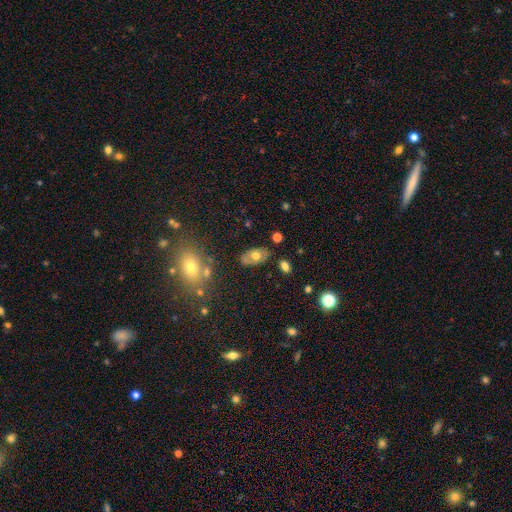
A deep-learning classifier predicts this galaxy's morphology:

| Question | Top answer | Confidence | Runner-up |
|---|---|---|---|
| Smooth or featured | smooth | 57% | featured or disk (35%) |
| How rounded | in between | 92% | round (6%) |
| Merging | none | 76% | minor disturbance (16%) |